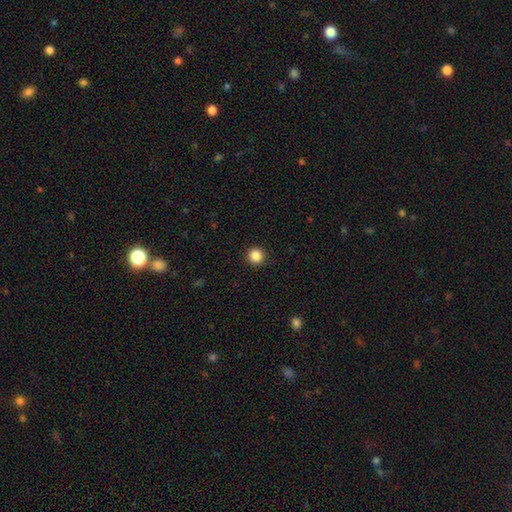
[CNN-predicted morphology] A smooth galaxy with no disk features (86%) that is round (95%). Merging: none (92%).